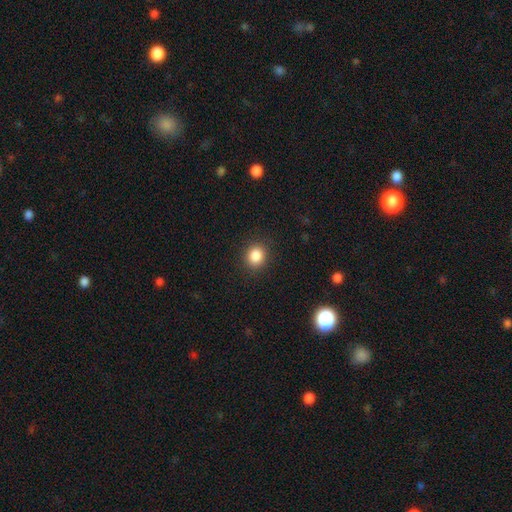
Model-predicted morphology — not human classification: Smooth or featured? smooth (86%)
How rounded? round (73%)
Merging? none (89%)